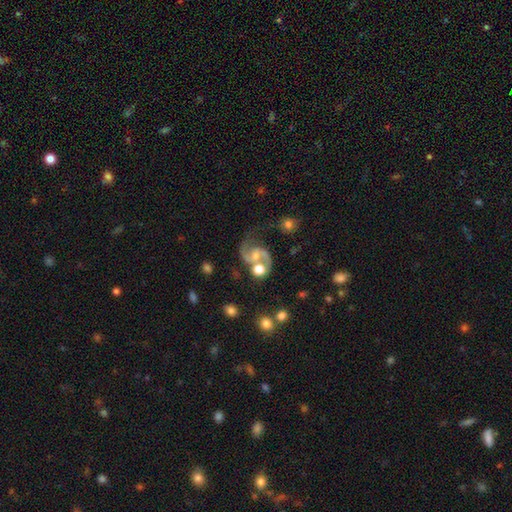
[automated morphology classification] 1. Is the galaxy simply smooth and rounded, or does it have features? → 84% featured or disk, 9% smooth, 7% star or artifact.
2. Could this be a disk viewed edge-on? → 98% no, 2% yes.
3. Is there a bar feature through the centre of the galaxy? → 45% no, 41% weak, 14% strong.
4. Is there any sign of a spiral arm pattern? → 95% yes, 5% no.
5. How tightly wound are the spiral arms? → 50% medium, 41% loose, 9% tight.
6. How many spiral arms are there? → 88% 2, 7% 1, 2% can't tell, 1% 3, 1% 4, 1% more than 4.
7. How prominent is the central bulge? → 50% moderate, 34% small, 8% large, 7% none, 2% dominant.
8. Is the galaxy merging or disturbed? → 46% none, 24% merger, 16% minor disturbance, 14% major disturbance.